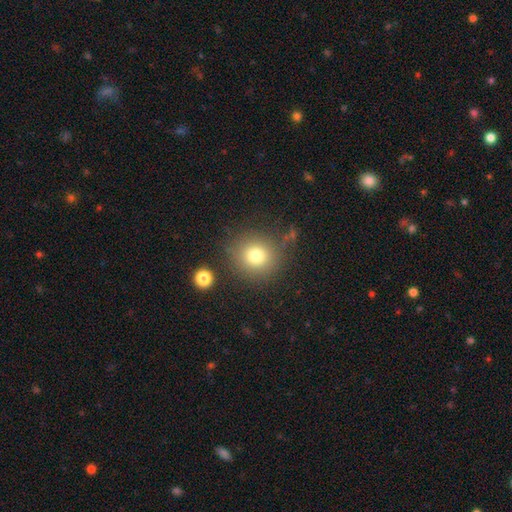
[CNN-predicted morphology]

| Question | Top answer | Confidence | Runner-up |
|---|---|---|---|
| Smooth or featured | smooth | 77% | star or artifact (13%) |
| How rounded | round | 91% | in between (8%) |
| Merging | none | 81% | minor disturbance (10%) |